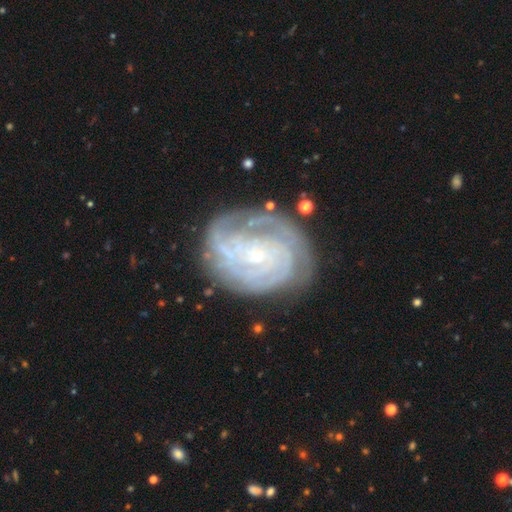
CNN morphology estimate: featured or disk 86%, smooth 7%, star or artifact 7%. Down the decision tree: edge-on disk — no (97%); bar — no (74%); spiral arms — yes (97%); spiral arm count — can't tell (25%); spiral winding — tight (79%); bulge size — small (87%); merging — none (71%).